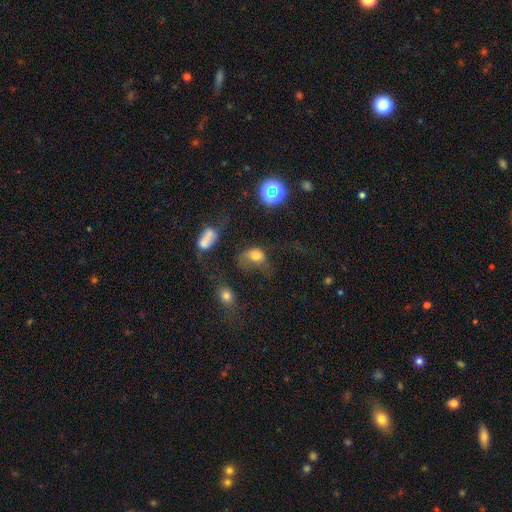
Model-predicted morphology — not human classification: smooth-or-featured: smooth: 63% | featured or disk: 20% | star or artifact: 17%
  how-rounded: in between: 64% | round: 34% | cigar-shaped: 2%
  merging: major disturbance: 44% | none: 24% | minor disturbance: 19% | merger: 12%